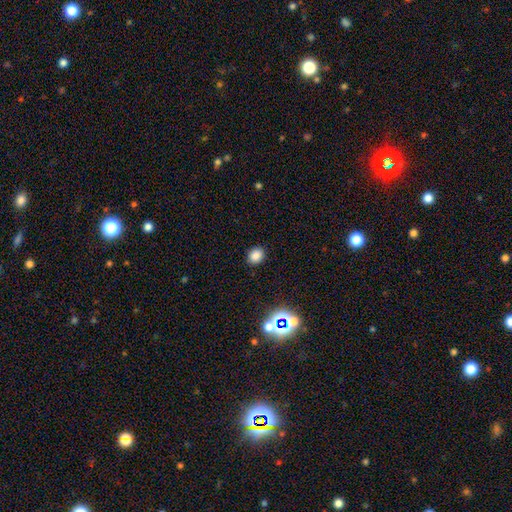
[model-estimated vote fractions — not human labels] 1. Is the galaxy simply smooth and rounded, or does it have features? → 82% smooth, 14% star or artifact, 4% featured or disk.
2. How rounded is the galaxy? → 66% round, 33% in between, 1% cigar-shaped.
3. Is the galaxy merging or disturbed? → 89% none, 7% minor disturbance, 2% major disturbance, 1% merger.